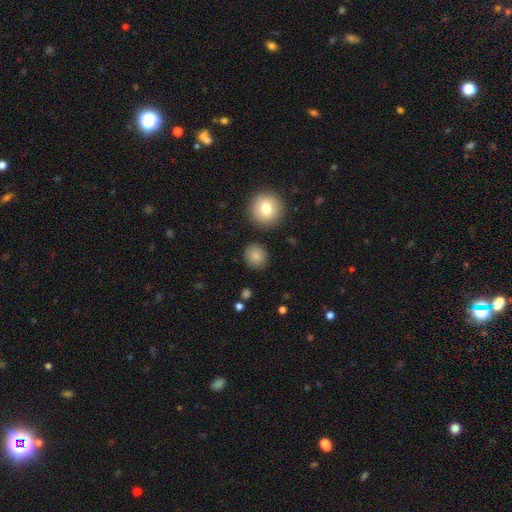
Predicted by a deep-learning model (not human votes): Smooth or featured? Predicted: smooth (p=0.83). How rounded? Predicted: round (p=0.86). Merging? Predicted: none (p=0.86).